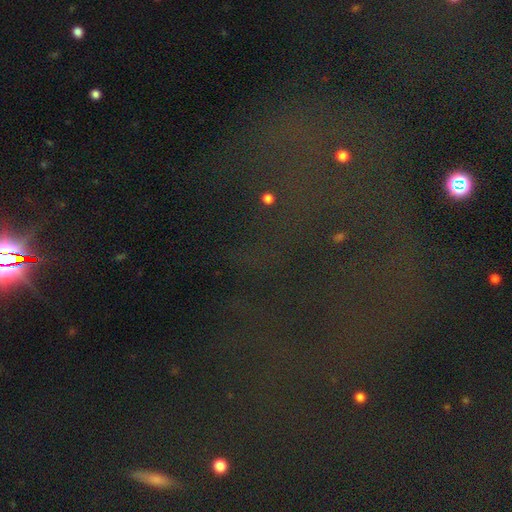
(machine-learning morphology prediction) star or artifact 75%, smooth 13%, featured or disk 12%.